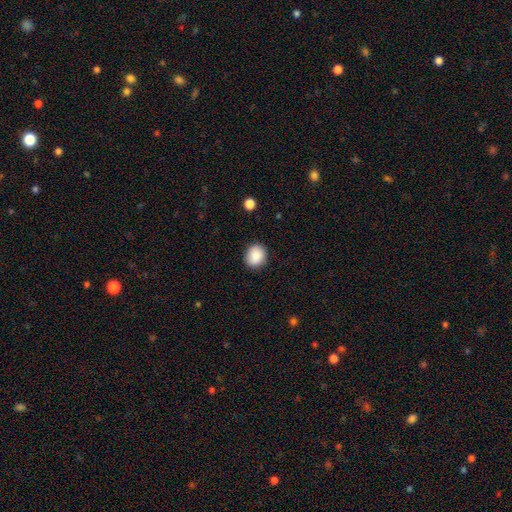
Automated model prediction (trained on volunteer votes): smooth_or_featured: smooth (p=0.88) [alt: star or artifact p=0.08]
how_rounded: round (p=0.70) [alt: in between p=0.29]
merging: none (p=0.89) [alt: minor disturbance p=0.08]